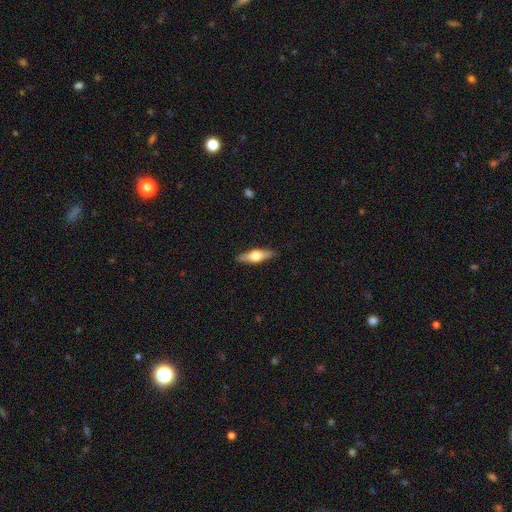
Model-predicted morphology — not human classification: The model was most divided on "smooth or featured": featured or disk: 51%, smooth: 44%, star or artifact: 6%. More confident: edge-on disk — yes (92%); merging — none (89%).